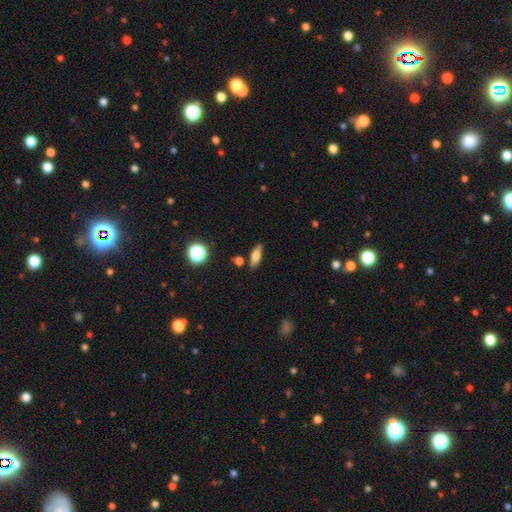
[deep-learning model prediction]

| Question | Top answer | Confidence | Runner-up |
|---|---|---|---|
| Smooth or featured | smooth | 66% | featured or disk (24%) |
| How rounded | in between | 61% | cigar-shaped (34%) |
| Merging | none | 81% | minor disturbance (12%) |